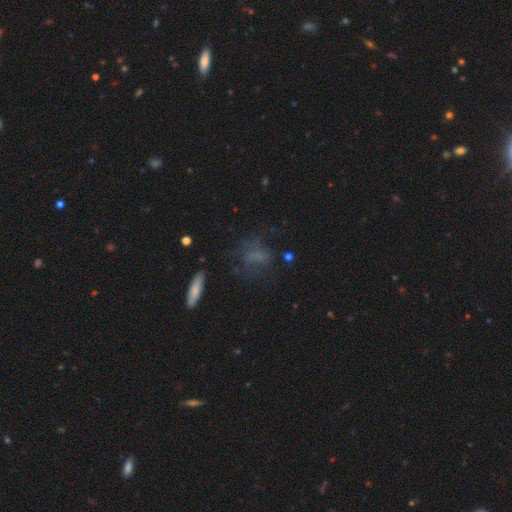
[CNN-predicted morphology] Smooth or featured?
  - smooth: 50% *
  - featured or disk: 30%
  - star or artifact: 20%
Merging?
  - none: 54% *
  - major disturbance: 22%
  - minor disturbance: 20%
  - merger: 4%